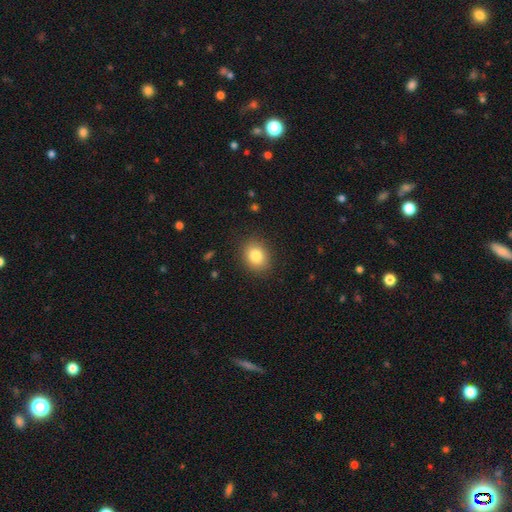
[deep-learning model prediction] smooth 83%, star or artifact 9%, featured or disk 8%. Down the decision tree: how rounded — round (52%); merging — none (87%).